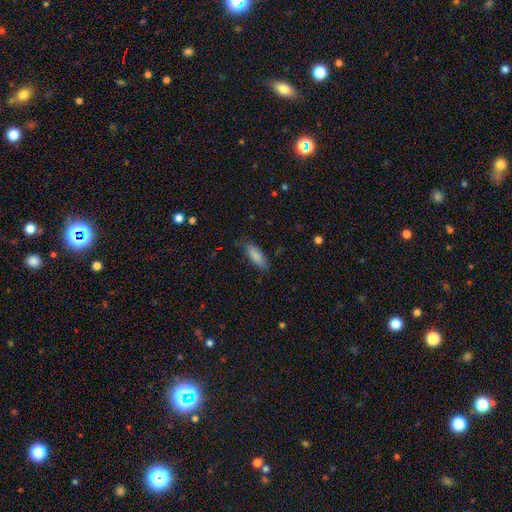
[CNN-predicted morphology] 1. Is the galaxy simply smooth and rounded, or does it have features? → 86% smooth, 8% featured or disk, 6% star or artifact.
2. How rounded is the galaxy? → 67% in between, 31% cigar-shaped, 2% round.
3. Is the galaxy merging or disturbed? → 79% none, 16% minor disturbance, 3% major disturbance, 1% merger.